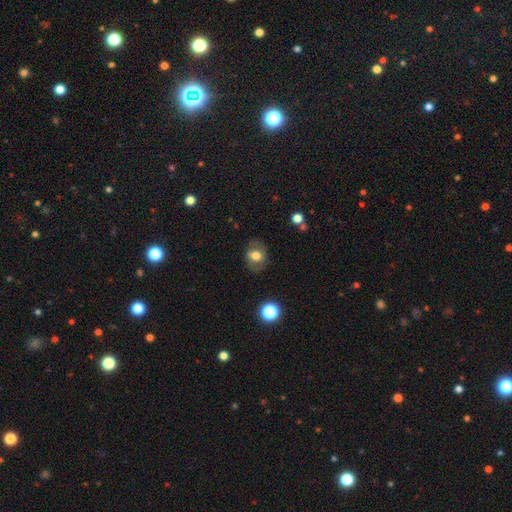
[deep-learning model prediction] The model was most divided on "how rounded": in between: 53%, round: 46%, cigar-shaped: 1%. More confident: merging — none (77%); smooth or featured — smooth (68%).